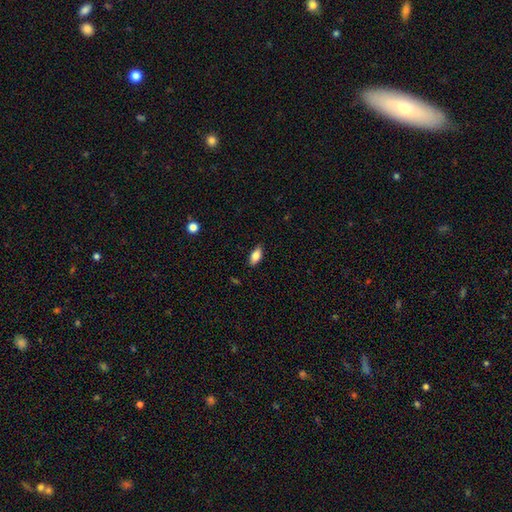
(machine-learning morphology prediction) smooth 79%, featured or disk 13%, star or artifact 7%. Down the decision tree: how rounded — in between (87%); merging — none (86%).